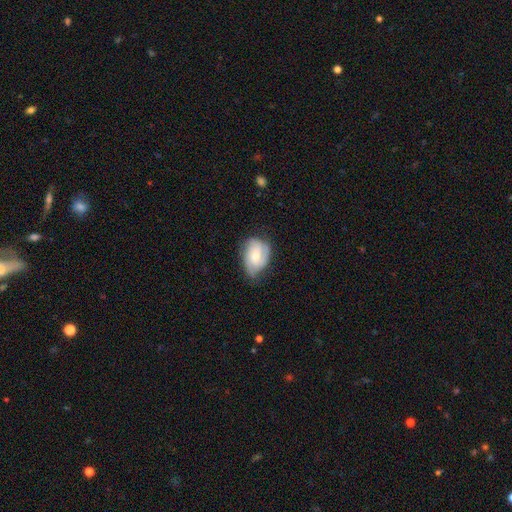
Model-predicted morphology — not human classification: Overall: featured or disk (55%; smooth 39%). Edge-on disk: no (96%). Bar: no (65%; weak 30%). Spiral arms: yes (86%). Bulge size: moderate (57%; small 33%). Merging: none (55%; minor disturbance 33%).